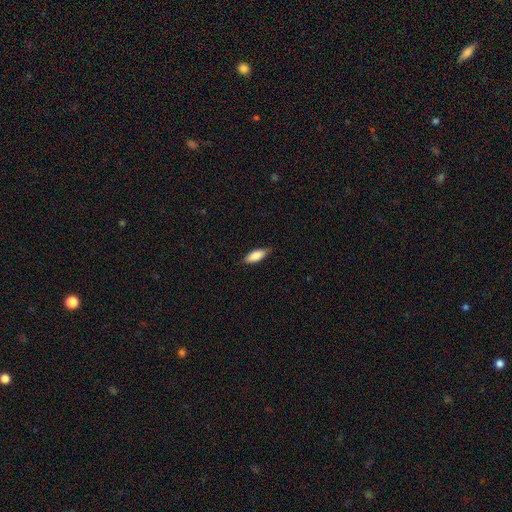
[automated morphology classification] A smooth galaxy with no disk features (84%) that is in between round and cigar-shaped (68%).

Vote fractions:
- Smooth or featured? smooth: 84% / featured or disk: 10% / star or artifact: 6%
- How rounded? in between: 68% / cigar-shaped: 30% / round: 2%
- Merging? none: 83% / minor disturbance: 14% / major disturbance: 2% / merger: 1%